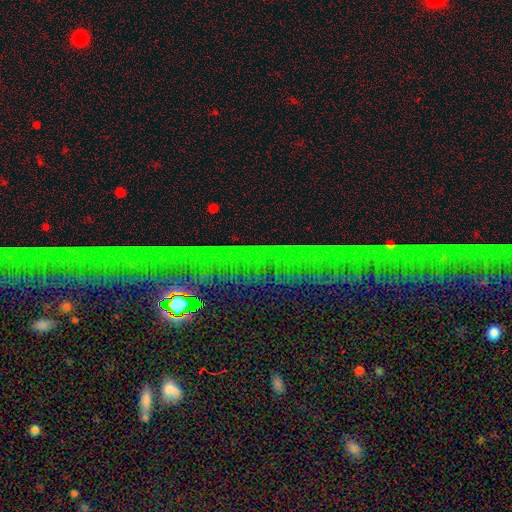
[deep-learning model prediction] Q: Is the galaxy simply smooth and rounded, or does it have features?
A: star or artifact — 80%.